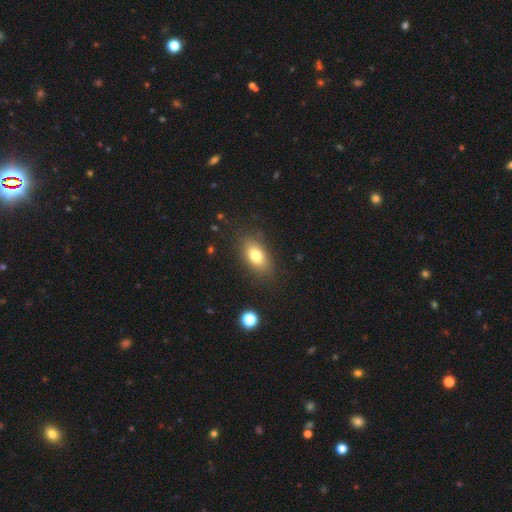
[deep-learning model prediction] A smooth galaxy with no disk features (77%) that is in between round and cigar-shaped (85%).

Vote fractions:
- Smooth or featured? smooth: 77% / featured or disk: 14% / star or artifact: 9%
- How rounded? in between: 85% / round: 10% / cigar-shaped: 5%
- Merging? none: 83% / minor disturbance: 12% / major disturbance: 4% / merger: 1%